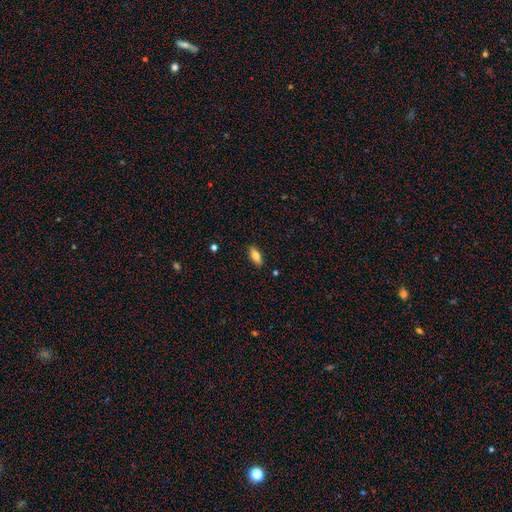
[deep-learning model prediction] Overall: smooth (75%). How rounded: in between (81%). Merging: none (87%).